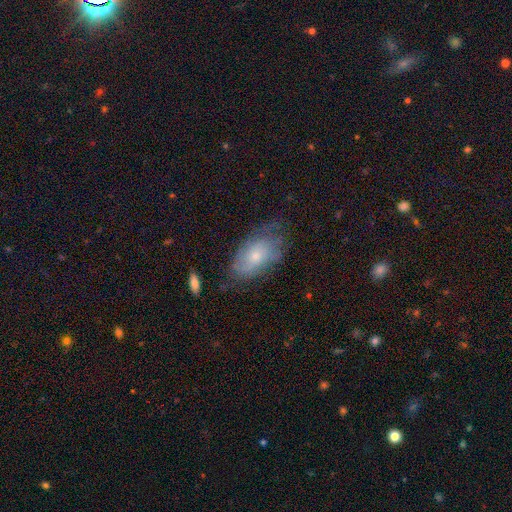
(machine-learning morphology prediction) smooth_or_featured: smooth (p=0.49) [alt: featured or disk p=0.44]
merging: none (p=0.53) [alt: minor disturbance p=0.31]